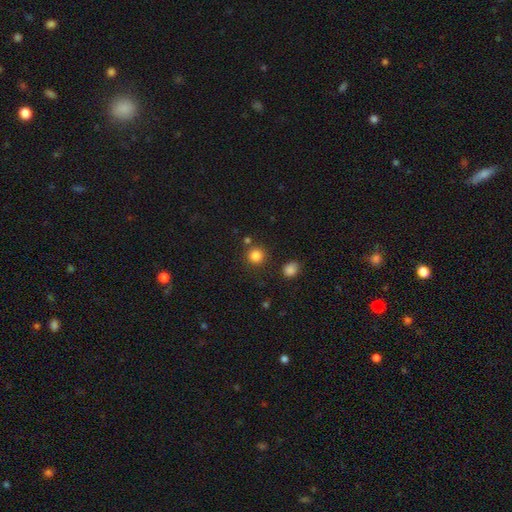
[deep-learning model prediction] Smooth or featured? smooth (84%)
How rounded? round (92%)
Merging? none (82%)